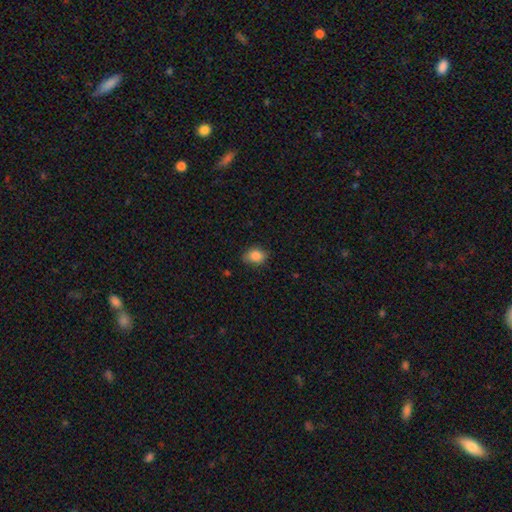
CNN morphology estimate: smooth_or_featured: smooth (p=0.85) [alt: star or artifact p=0.09]
how_rounded: in between (p=0.59) [alt: round p=0.40]
merging: none (p=0.77) [alt: minor disturbance p=0.19]